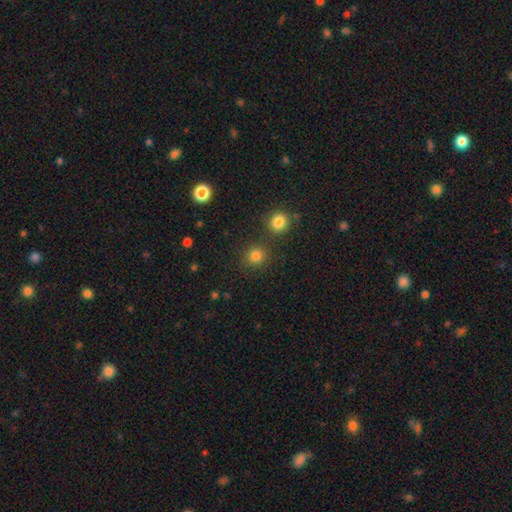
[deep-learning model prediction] smooth_or_featured: smooth (p=0.81) [alt: star or artifact p=0.14]
how_rounded: round (p=0.91) [alt: in between p=0.08]
merging: none (p=0.81) [alt: merger p=0.10]